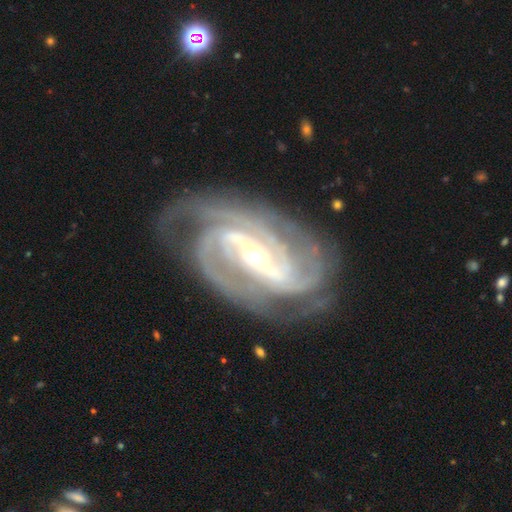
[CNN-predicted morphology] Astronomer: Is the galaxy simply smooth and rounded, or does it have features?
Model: featured or disk — 93%.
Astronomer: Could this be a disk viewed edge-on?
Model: no — 97%.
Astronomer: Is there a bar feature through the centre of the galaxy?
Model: strong — 59%.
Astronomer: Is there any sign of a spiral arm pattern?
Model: yes — 99%.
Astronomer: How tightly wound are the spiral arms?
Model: tight — 61%.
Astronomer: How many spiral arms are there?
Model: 3 — 36% (runner-up: 2, 27%).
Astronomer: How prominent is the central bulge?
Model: small — 50% (runner-up: moderate, 45%).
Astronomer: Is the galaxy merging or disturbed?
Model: none — 76%.